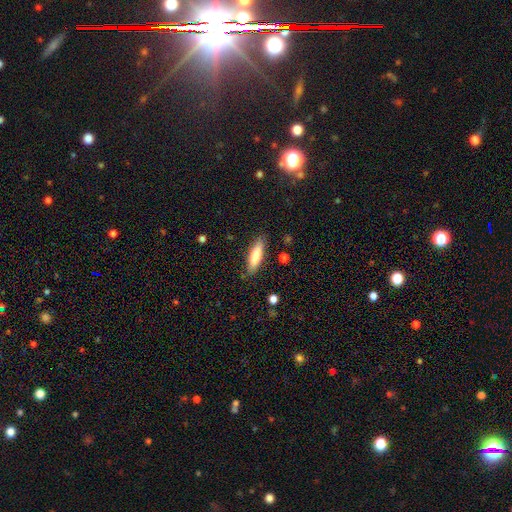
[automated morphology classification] Smooth or featured: smooth — 78% (featured or disk — 16%)
How rounded: cigar-shaped — 62% (in between — 37%)
Merging: none — 86% (minor disturbance — 10%)